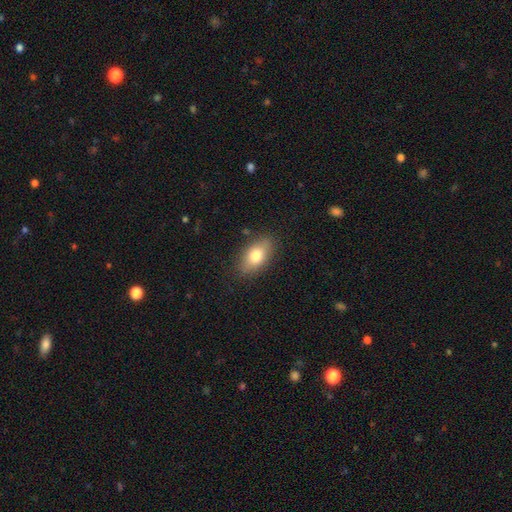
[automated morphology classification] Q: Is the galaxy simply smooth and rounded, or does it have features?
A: smooth — 75%.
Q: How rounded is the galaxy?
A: in between — 87%.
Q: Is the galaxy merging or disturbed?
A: none — 84%.